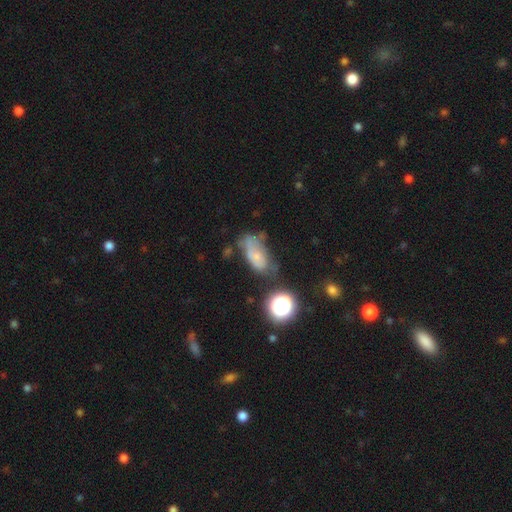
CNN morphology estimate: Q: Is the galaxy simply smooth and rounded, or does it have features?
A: smooth — 50%.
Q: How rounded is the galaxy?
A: in between — 84%.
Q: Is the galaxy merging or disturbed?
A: none — 34%.